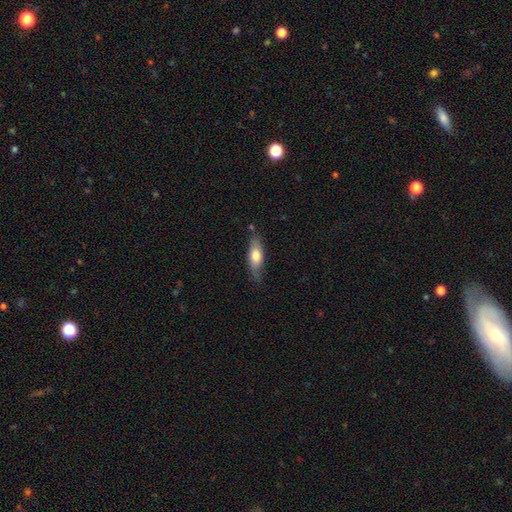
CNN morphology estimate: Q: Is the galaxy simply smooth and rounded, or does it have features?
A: smooth — 66%.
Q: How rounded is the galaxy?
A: in between — 59%.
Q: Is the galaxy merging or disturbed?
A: none — 73%.